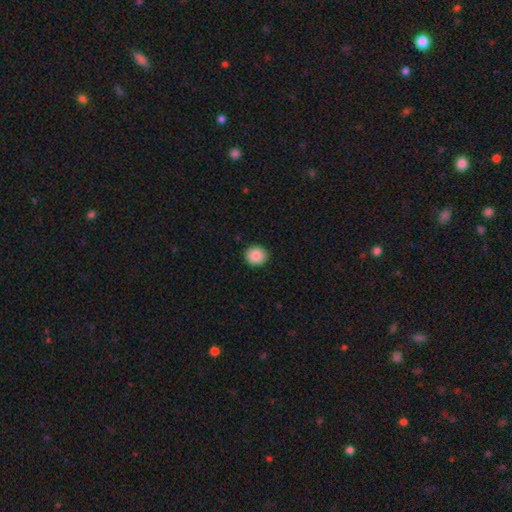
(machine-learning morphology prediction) Smooth or featured?
  - smooth: 87% *
  - star or artifact: 8%
  - featured or disk: 5%
How rounded?
  - round: 88% *
  - in between: 11%
  - cigar-shaped: 1%
Merging?
  - none: 91% *
  - minor disturbance: 6%
  - major disturbance: 2%
  - merger: 1%